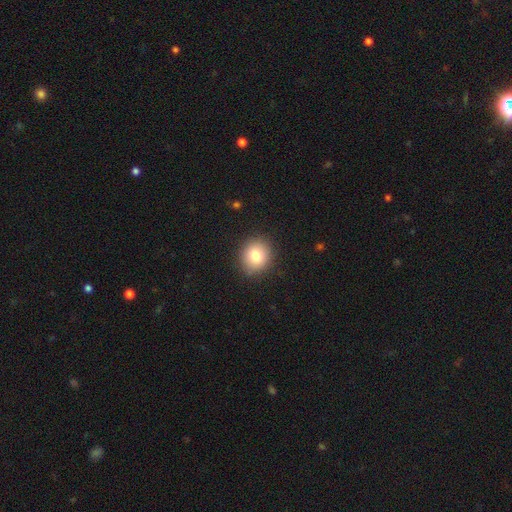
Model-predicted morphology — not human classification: smooth_or_featured: smooth (p=0.80) [alt: star or artifact p=0.10]
how_rounded: round (p=0.78) [alt: in between p=0.21]
merging: none (p=0.89) [alt: minor disturbance p=0.08]